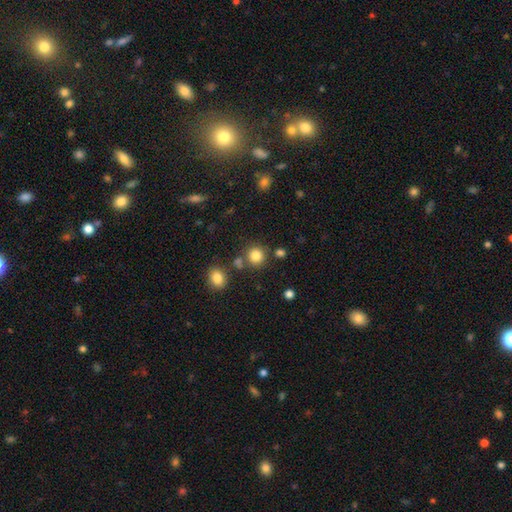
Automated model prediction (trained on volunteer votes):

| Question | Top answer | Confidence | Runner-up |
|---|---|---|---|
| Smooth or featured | smooth | 83% | star or artifact (12%) |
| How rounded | round | 90% | in between (9%) |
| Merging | none | 77% | merger (11%) |